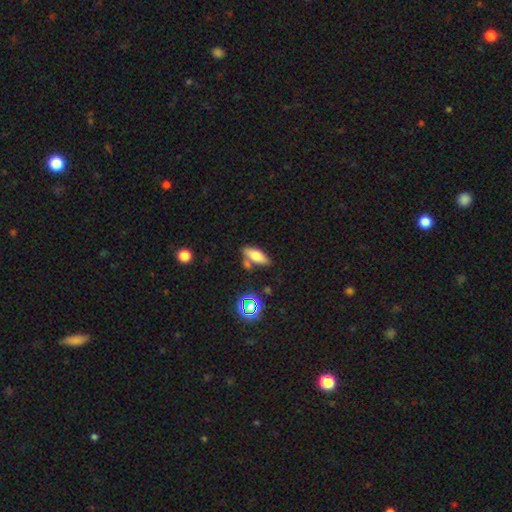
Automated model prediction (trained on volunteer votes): The model was most divided on "smooth or featured": smooth: 66%, featured or disk: 22%, star or artifact: 12%. More confident: how rounded — in between (70%); merging — none (66%).